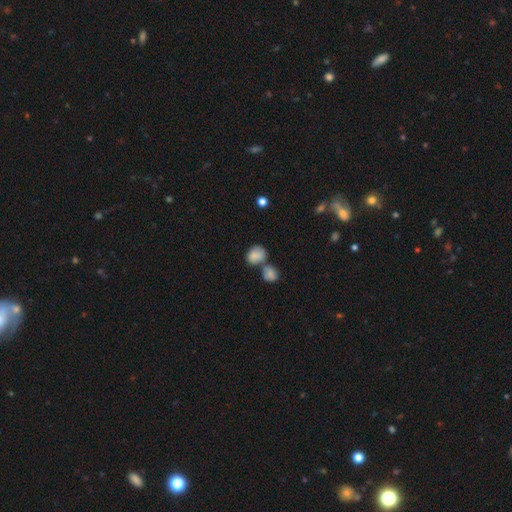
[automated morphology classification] type=smooth (82%); roundness=in between (52%); merging=merger (52%).